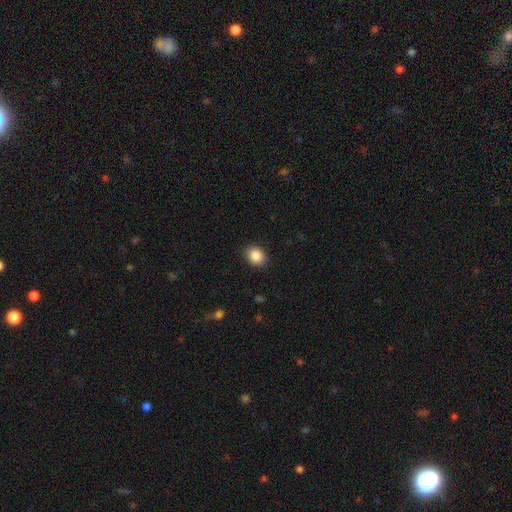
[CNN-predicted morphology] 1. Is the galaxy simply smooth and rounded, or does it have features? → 87% smooth, 8% star or artifact, 4% featured or disk.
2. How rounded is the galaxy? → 50% in between (tied), 50% round (tied), 1% cigar-shaped.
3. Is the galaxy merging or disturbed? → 89% none, 7% minor disturbance, 2% major disturbance, 1% merger.